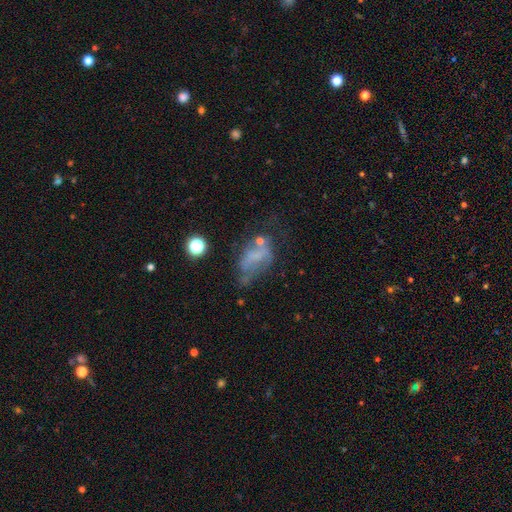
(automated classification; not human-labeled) Q: Smooth or featured?
A: featured or disk (47%); runner-up: smooth (35%)
Q: Merging?
A: major disturbance (37%); runner-up: none (28%)